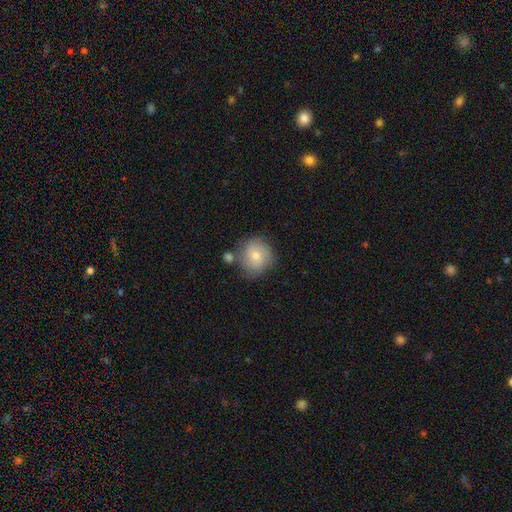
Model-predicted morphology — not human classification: Smooth or featured? smooth (75%)
How rounded? round (88%)
Merging? none (65%)